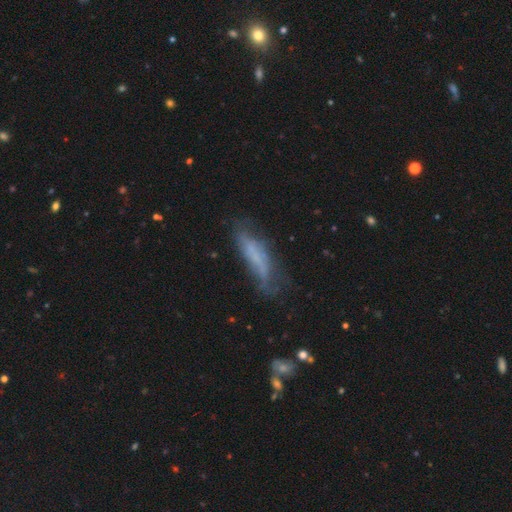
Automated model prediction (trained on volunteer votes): Smooth or featured?
  - smooth: 52% *
  - featured or disk: 37%
  - star or artifact: 11%
How rounded?
  - cigar-shaped: 66% *
  - in between: 32%
  - round: 2%
Merging?
  - none: 48% *
  - minor disturbance: 30%
  - major disturbance: 18%
  - merger: 4%